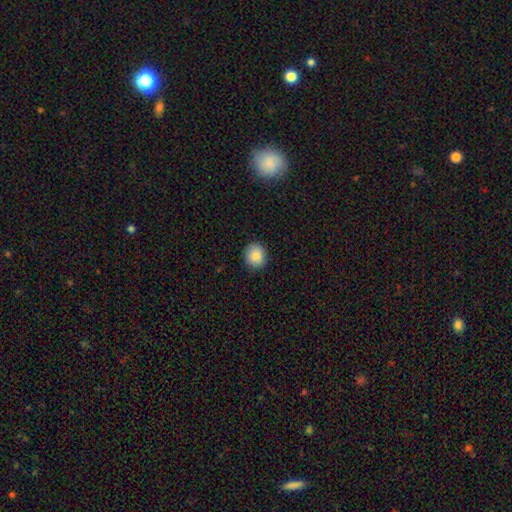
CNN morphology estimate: smooth 86%, star or artifact 8%, featured or disk 6%. Down the decision tree: how rounded — round (83%); merging — none (90%).